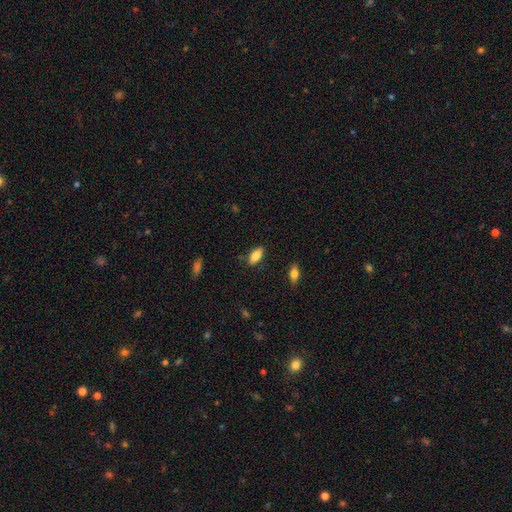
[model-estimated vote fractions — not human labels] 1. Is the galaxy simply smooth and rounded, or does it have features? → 80% smooth, 13% featured or disk, 7% star or artifact.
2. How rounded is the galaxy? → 84% in between, 13% cigar-shaped, 3% round.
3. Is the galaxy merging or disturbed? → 82% none, 13% minor disturbance, 3% major disturbance, 2% merger.